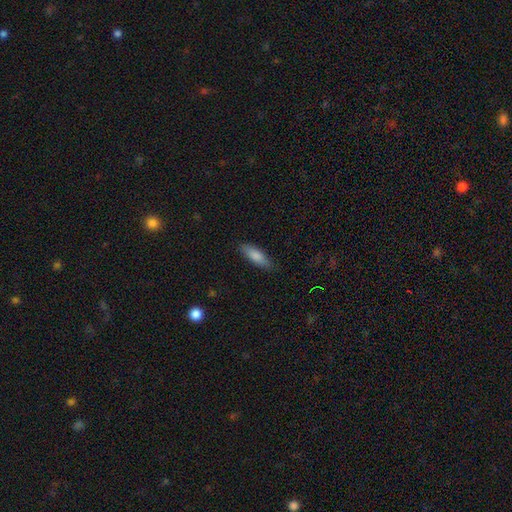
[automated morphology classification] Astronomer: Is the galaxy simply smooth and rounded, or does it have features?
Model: smooth — 83%.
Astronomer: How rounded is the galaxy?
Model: in between — 56% (runner-up: cigar-shaped, 42%).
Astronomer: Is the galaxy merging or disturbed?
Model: none — 84%.